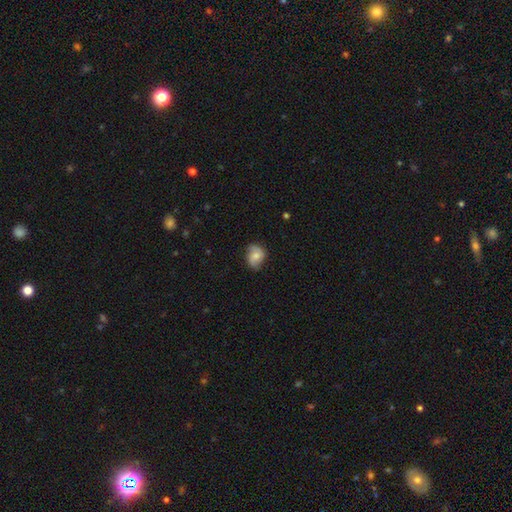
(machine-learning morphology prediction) A featured or disk galaxy (46%).

Vote fractions:
- Smooth or featured? featured or disk: 46% / smooth: 45% / star or artifact: 8%
- Merging? none: 67% / minor disturbance: 25% / major disturbance: 6% / merger: 1%